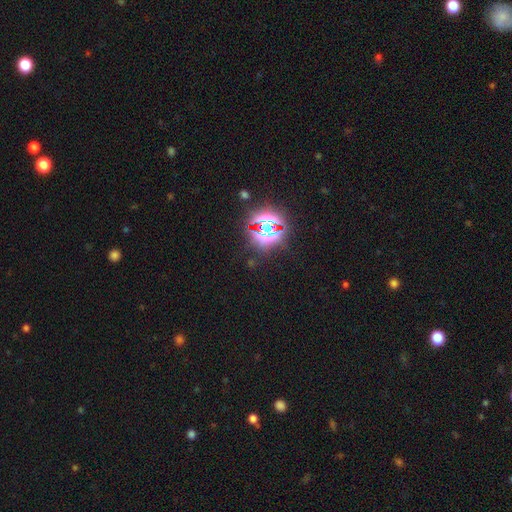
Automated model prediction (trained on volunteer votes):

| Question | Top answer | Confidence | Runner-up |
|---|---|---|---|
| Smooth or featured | star or artifact | 85% | smooth (10%) |